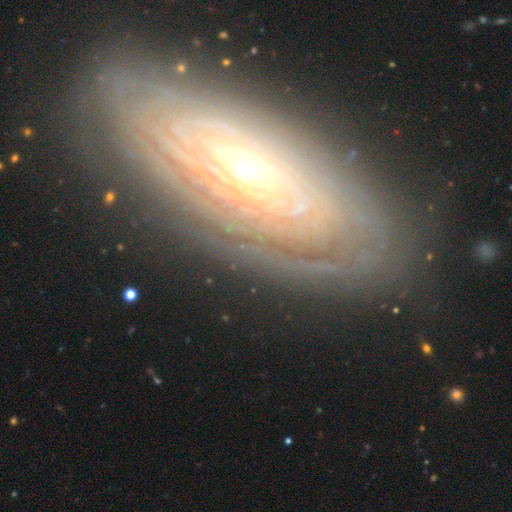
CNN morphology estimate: Smooth or featured?
  - featured or disk: 83% *
  - smooth: 10%
  - star or artifact: 7%
Edge-on disk?
  - no: 86% *
  - yes: 14%
Bar?
  - no: 66% *
  - weak: 22%
  - strong: 12%
Spiral arms?
  - yes: 88% *
  - no: 12%
Spiral winding?
  - tight: 85% *
  - medium: 11%
  - loose: 3%
Spiral arm count?
  - can't tell: 51% *
  - more than 4: 15%
  - 2: 10%
  - 4: 9%
  - 3: 9%
  - 1: 6%
Bulge size?
  - small: 54% *
  - moderate: 41%
  - large: 3%
  - dominant: 1%
  - none: 1%
Merging?
  - none: 81% *
  - minor disturbance: 13%
  - major disturbance: 4%
  - merger: 2%